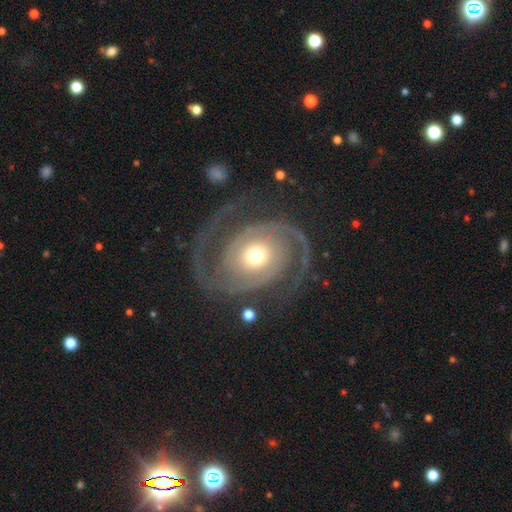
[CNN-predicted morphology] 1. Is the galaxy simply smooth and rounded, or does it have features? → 89% featured or disk, 7% smooth, 4% star or artifact.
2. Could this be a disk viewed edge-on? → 97% no, 3% yes.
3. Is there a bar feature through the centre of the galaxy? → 75% no, 17% weak, 8% strong.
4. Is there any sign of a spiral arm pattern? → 96% yes, 4% no.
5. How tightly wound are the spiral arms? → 42% tight, 41% medium, 18% loose.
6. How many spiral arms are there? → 82% 2, 5% can't tell, 4% 3, 4% 1, 3% 4, 2% more than 4.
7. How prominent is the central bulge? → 64% moderate, 21% small, 11% large, 2% dominant, 1% none.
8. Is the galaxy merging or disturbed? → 68% none, 17% major disturbance, 13% minor disturbance, 2% merger.